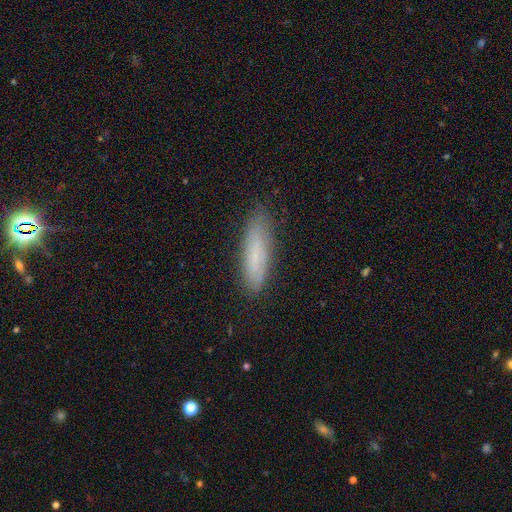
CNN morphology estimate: A smooth galaxy with no disk features (72%) that is cigar-shaped (72%).

Vote fractions:
- Smooth or featured? smooth: 72% / featured or disk: 20% / star or artifact: 8%
- How rounded? cigar-shaped: 72% / in between: 26% / round: 2%
- Merging? none: 84% / minor disturbance: 12% / major disturbance: 2% / merger: 1%